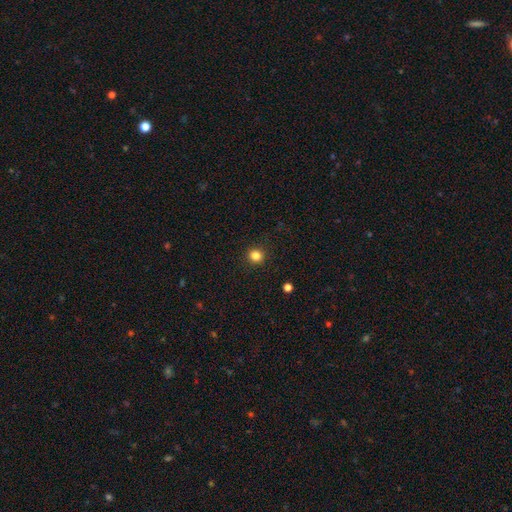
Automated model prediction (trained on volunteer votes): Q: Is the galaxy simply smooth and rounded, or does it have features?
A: smooth — 84%.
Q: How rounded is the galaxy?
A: round — 88%.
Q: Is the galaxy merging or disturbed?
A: none — 91%.